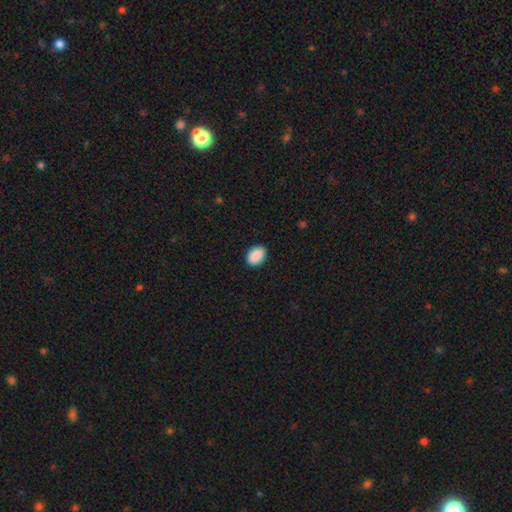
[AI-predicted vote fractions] smooth 91%, star or artifact 7%, featured or disk 2%. Down the decision tree: how rounded — in between (84%); merging — none (89%).